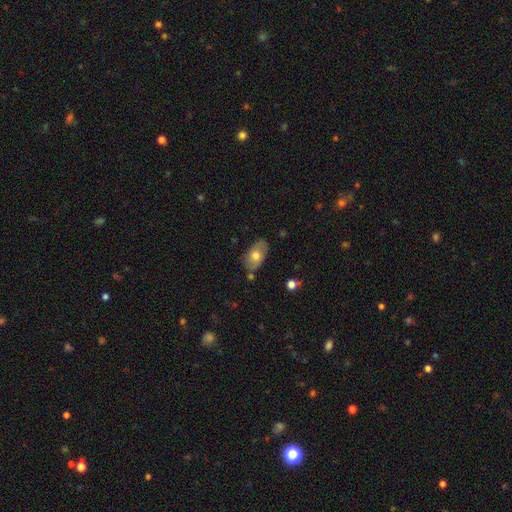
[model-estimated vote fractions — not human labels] A smooth galaxy with no disk features (66%) that is in between round and cigar-shaped (90%). Merging: none (73%).